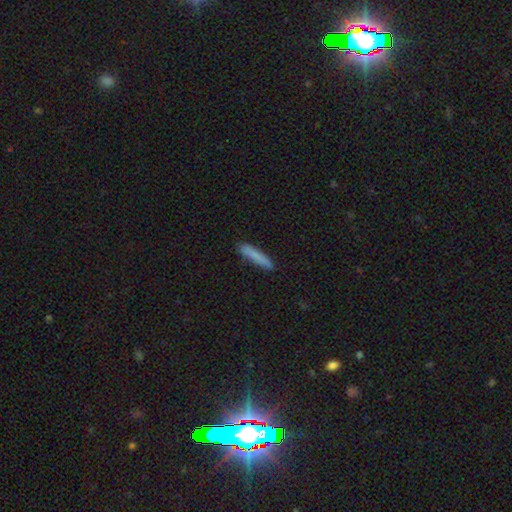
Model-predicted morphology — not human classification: A smooth galaxy with no disk features (83%) that is cigar-shaped (93%).

Vote fractions:
- Smooth or featured? smooth: 83% / featured or disk: 11% / star or artifact: 6%
- How rounded? cigar-shaped: 93% / in between: 5% / round: 1%
- Merging? none: 88% / minor disturbance: 9% / major disturbance: 2% / merger: 1%